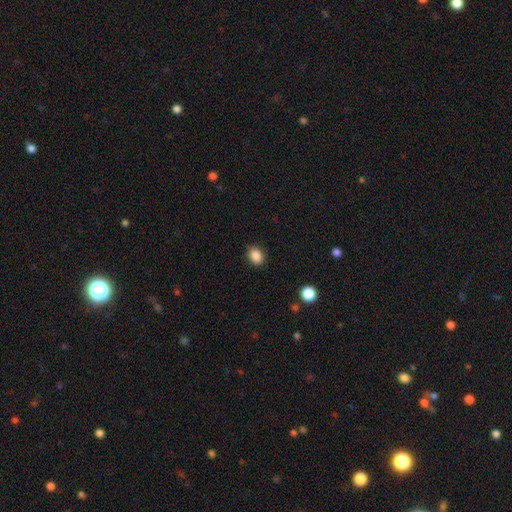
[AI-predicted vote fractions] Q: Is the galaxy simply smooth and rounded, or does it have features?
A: smooth — 87%.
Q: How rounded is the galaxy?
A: in between — 61%.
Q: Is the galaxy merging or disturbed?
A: none — 86%.